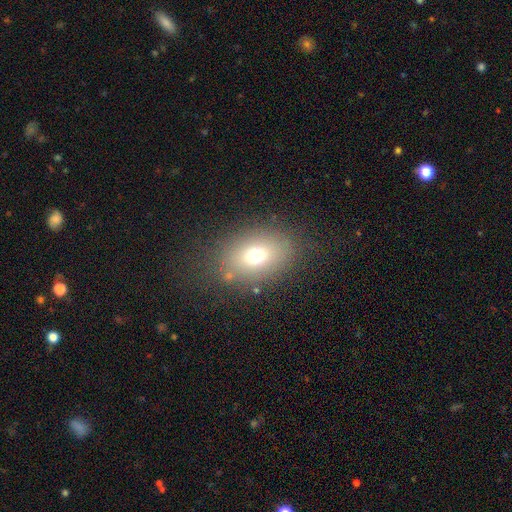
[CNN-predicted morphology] Overall: smooth (70%). How rounded: in between (68%; round 31%). Merging: none (78%).